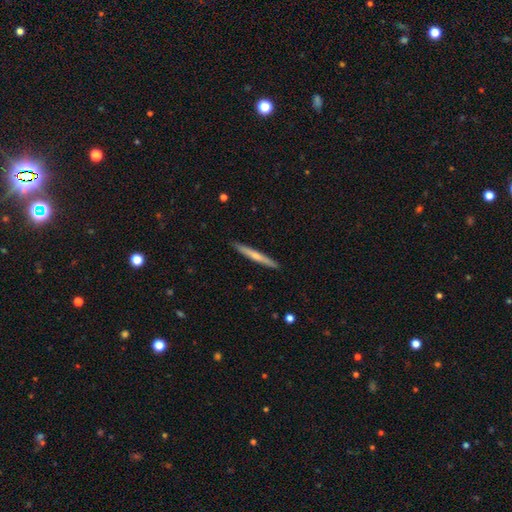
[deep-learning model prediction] This is possibly a smooth galaxy (48%). Merging: clearly none (91%).